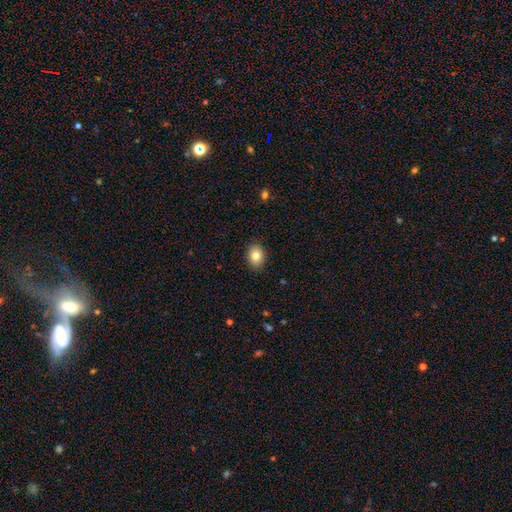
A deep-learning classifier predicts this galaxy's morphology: The model was most divided on "how rounded": in between: 64%, round: 36%, cigar-shaped: 1%. More confident: merging — none (90%); smooth or featured — smooth (82%).